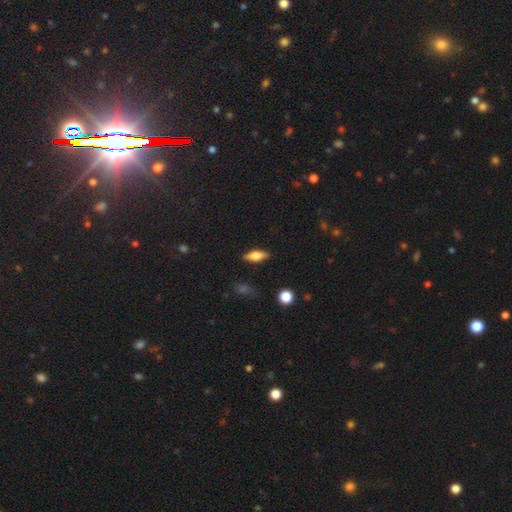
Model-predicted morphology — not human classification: smooth_or_featured: smooth (p=0.64) [alt: featured or disk p=0.28]
how_rounded: in between (p=0.67) [alt: cigar-shaped p=0.29]
merging: none (p=0.86) [alt: minor disturbance p=0.10]